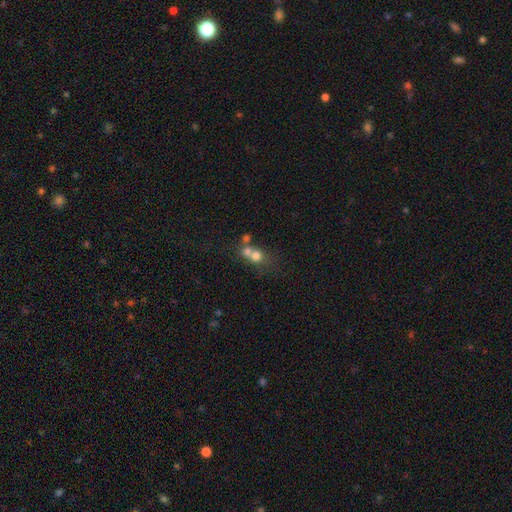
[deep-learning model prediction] smooth 67%, featured or disk 19%, star or artifact 14%. Down the decision tree: how rounded — round (75%); merging — merger (59%).